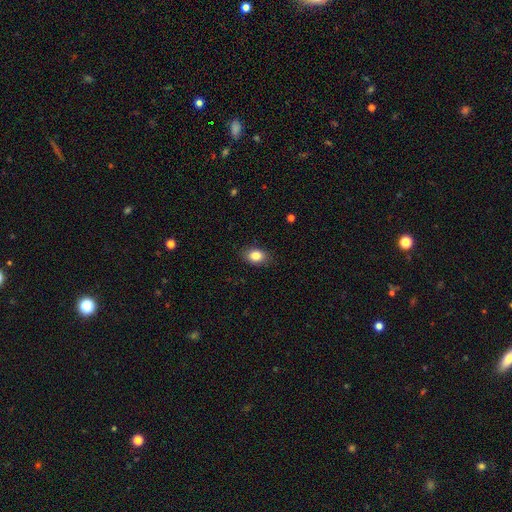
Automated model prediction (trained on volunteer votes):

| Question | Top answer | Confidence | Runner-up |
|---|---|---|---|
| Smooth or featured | smooth | 84% | star or artifact (9%) |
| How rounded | in between | 76% | round (23%) |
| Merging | none | 86% | minor disturbance (11%) |